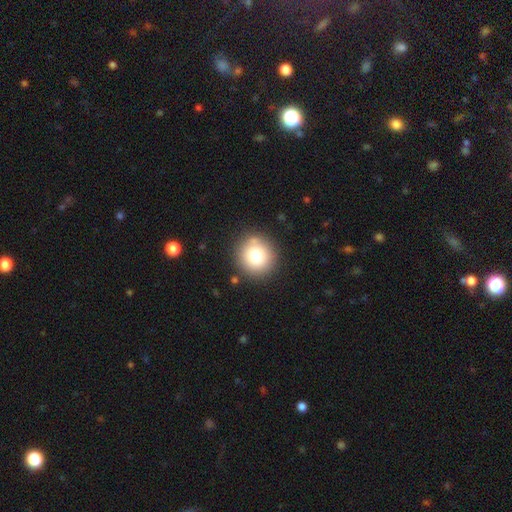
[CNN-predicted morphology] A smooth galaxy with no disk features (78%) that is round (92%). Merging: none (85%).